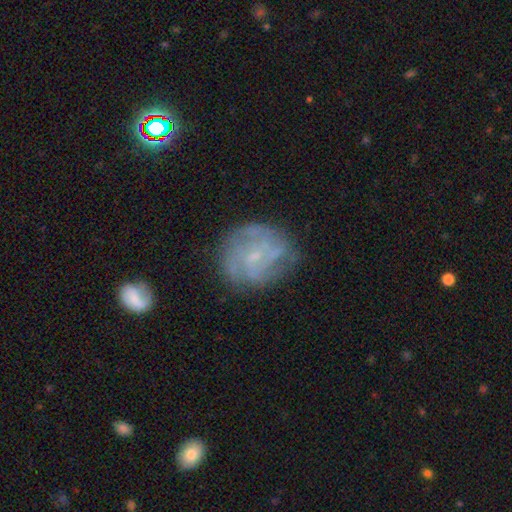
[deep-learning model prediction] Morphology: type=featured or disk (68%); edge-on=no (97%); bar=no (62%); spiral arms=yes (80%); winding=tight (45%); arm count=can't tell (46%); bulge=small (74%); merging=none (69%).